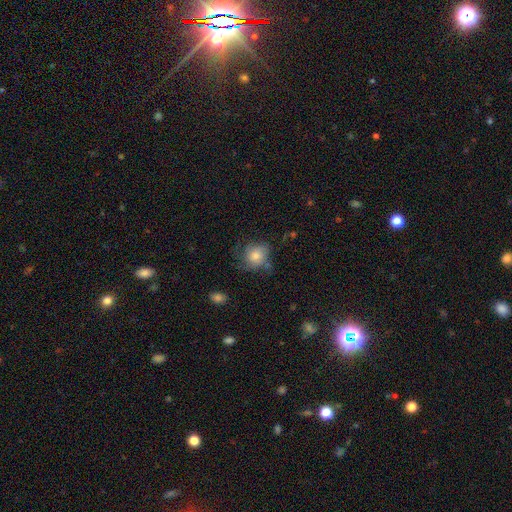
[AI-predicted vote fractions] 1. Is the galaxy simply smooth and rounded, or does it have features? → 69% smooth, 21% featured or disk, 10% star or artifact.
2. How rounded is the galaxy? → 72% round, 27% in between, 1% cigar-shaped.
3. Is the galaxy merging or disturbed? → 56% none, 27% minor disturbance, 13% major disturbance, 3% merger.